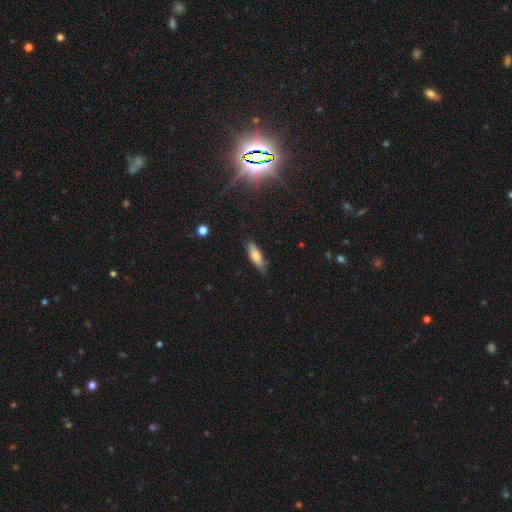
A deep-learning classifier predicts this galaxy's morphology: Overall: smooth (73%). How rounded: cigar-shaped (52%; in between 46%). Merging: none (81%).